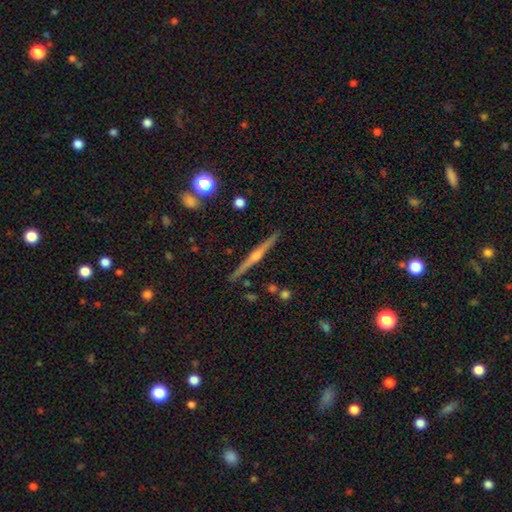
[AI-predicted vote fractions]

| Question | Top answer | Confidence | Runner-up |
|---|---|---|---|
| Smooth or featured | featured or disk | 79% | smooth (15%) |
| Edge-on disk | yes | 98% | no (2%) |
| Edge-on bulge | rounded | 85% | none (9%) |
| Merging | none | 92% | minor disturbance (6%) |